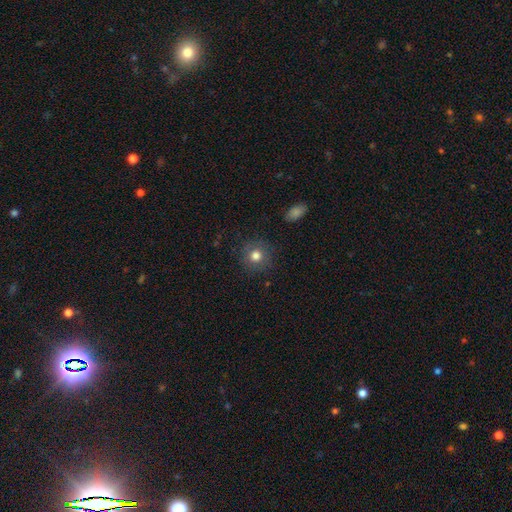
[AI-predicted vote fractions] smooth_or_featured: smooth (p=0.79) [alt: star or artifact p=0.11]
how_rounded: round (p=0.91) [alt: in between p=0.08]
merging: none (p=0.86) [alt: minor disturbance p=0.09]